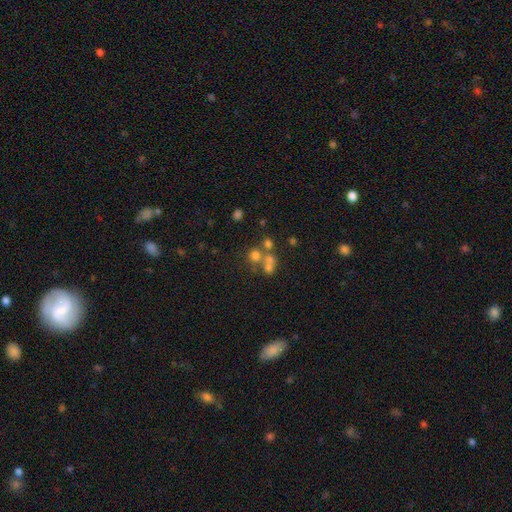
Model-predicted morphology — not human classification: smooth-or-featured: smooth: 46% | star or artifact: 31% | featured or disk: 23%
  merging: none: 43% (tied) | merger: 43% (tied) | minor disturbance: 8% | major disturbance: 6%